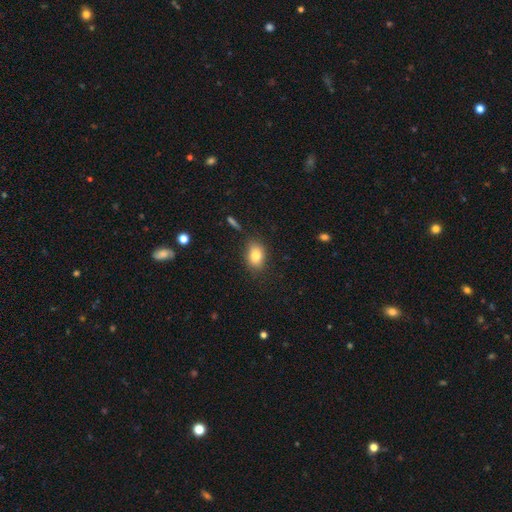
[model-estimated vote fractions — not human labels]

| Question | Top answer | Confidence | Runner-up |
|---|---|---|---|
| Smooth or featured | smooth | 80% | featured or disk (11%) |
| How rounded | in between | 76% | round (23%) |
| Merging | none | 81% | minor disturbance (13%) |